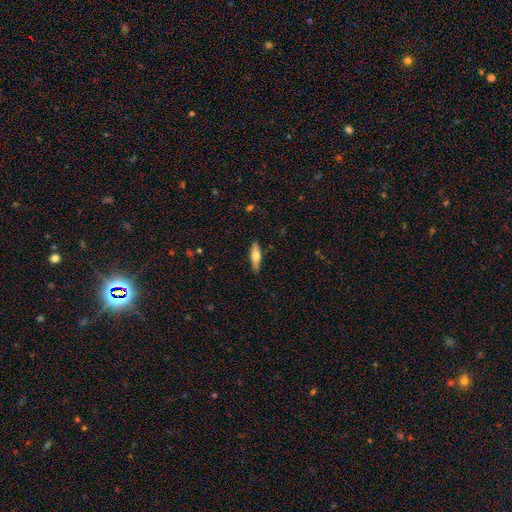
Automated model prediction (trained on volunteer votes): Smooth or featured: smooth — 59% (featured or disk — 36%)
How rounded: cigar-shaped — 59% (in between — 39%)
Merging: none — 88% (minor disturbance — 9%)